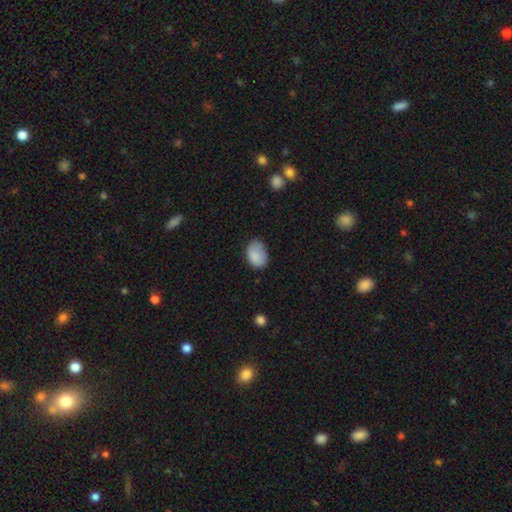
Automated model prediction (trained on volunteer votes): Smooth or featured?
  - smooth: 85% *
  - star or artifact: 8%
  - featured or disk: 6%
How rounded?
  - in between: 81% *
  - round: 18%
  - cigar-shaped: 1%
Merging?
  - none: 58% *
  - minor disturbance: 32%
  - major disturbance: 8%
  - merger: 2%